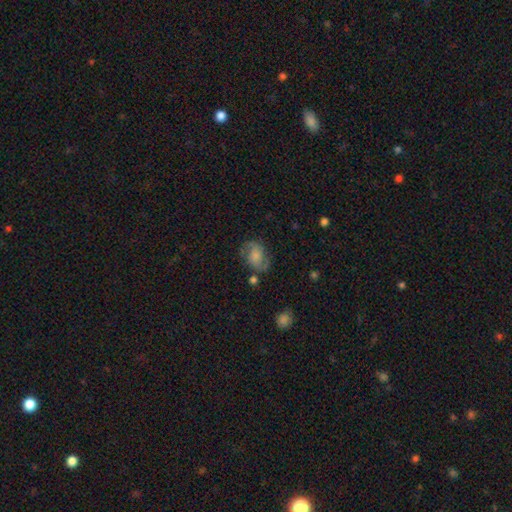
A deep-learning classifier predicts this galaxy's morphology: Smooth or featured?
  - smooth: 45% * (tied)
  - featured or disk: 45% * (tied)
  - star or artifact: 9%
Merging?
  - none: 61% *
  - minor disturbance: 23%
  - major disturbance: 12%
  - merger: 4%